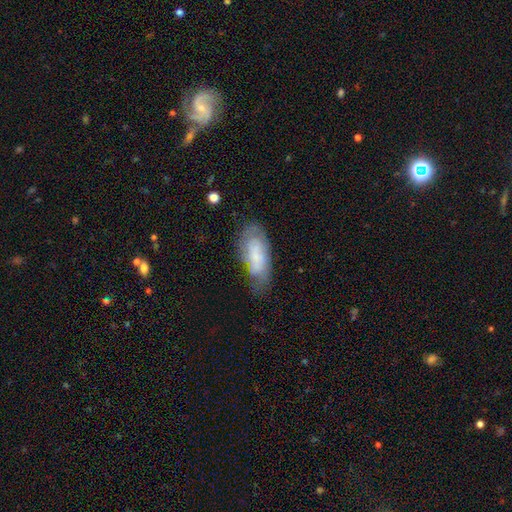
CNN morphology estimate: Overall: smooth (49%; featured or disk 42%). Merging: none (60%; minor disturbance 28%).